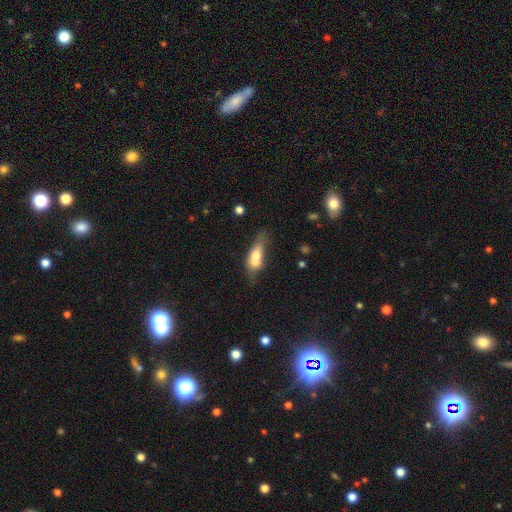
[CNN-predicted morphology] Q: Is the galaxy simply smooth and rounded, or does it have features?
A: smooth — 62%.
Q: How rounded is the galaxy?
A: in between — 64%.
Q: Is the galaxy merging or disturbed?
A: merger — 48%.